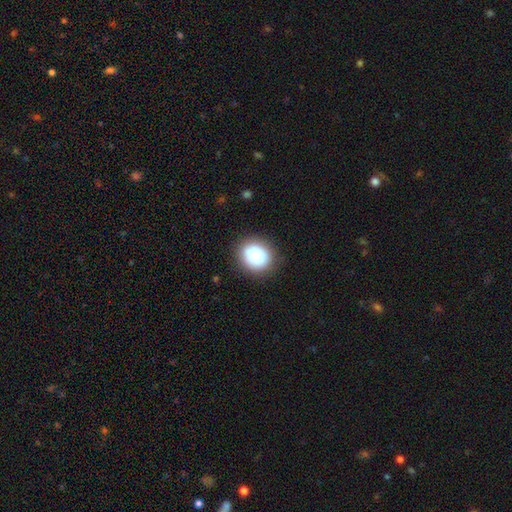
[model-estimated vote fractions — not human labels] This appears to be a smooth galaxy with no disk features (77%) that is round (76%). Merging: none (82%).